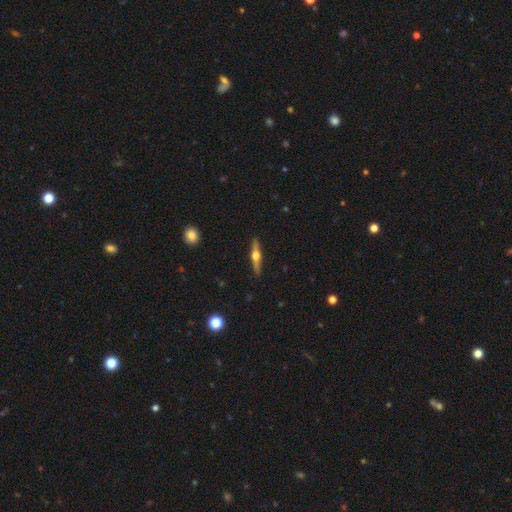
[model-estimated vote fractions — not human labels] The model was most divided on "smooth or featured": featured or disk: 74%, smooth: 21%, star or artifact: 5%. More confident: edge-on disk — yes (98%); edge-on bulge — rounded (95%); merging — none (90%).